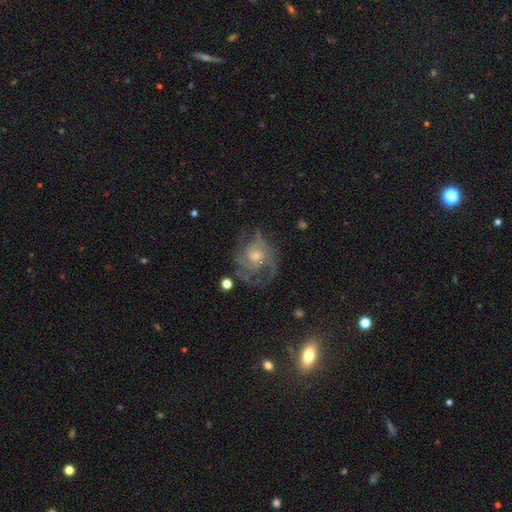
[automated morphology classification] Smooth or featured: featured or disk — 75% (smooth — 14%)
Edge-on disk: no — 97% (yes — 3%)
Bar: no — 72% (weak — 24%)
Spiral arms: yes — 89% (no — 11%)
Spiral winding: medium — 43% (tight — 42%)
Spiral arm count: can't tell — 35% (3 — 25%)
Bulge size: moderate — 49% (small — 42%)
Merging: none — 63% (minor disturbance — 19%)